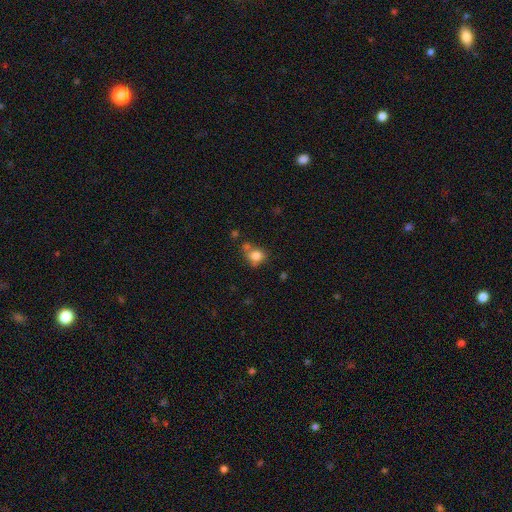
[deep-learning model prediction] A smooth galaxy with no disk features (81%) that is round (68%). Merging: none (52%).